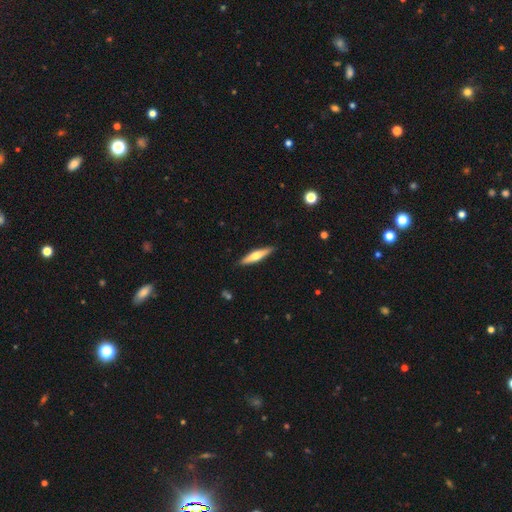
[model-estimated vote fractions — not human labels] Smooth or featured? featured or disk (48%)
Merging? none (90%)